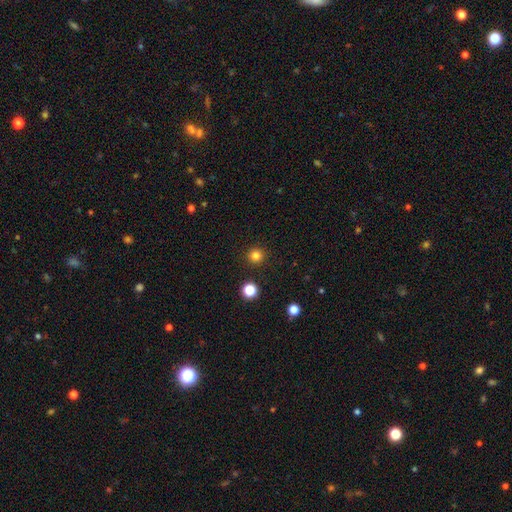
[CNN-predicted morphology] A smooth galaxy with no disk features (82%) that is round (95%). Merging: none (92%).